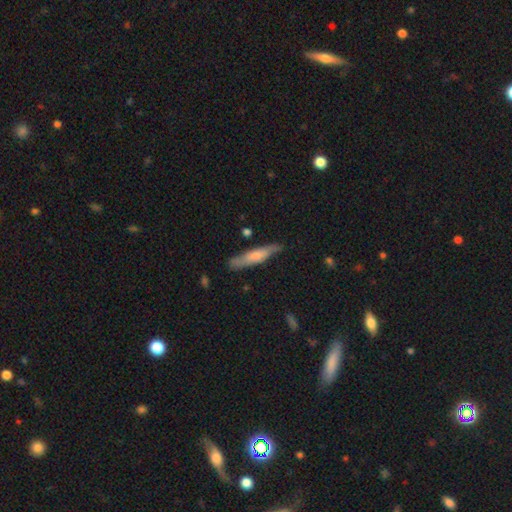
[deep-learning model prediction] Q: Smooth or featured?
A: smooth (60%); runner-up: featured or disk (34%)
Q: How rounded?
A: cigar-shaped (85%); runner-up: in between (14%)
Q: Merging?
A: none (77%); runner-up: minor disturbance (18%)